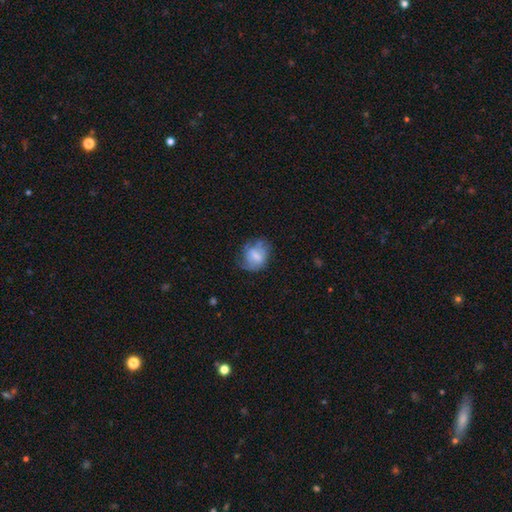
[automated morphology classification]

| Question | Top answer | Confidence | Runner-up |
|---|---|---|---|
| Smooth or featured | smooth | 50% | featured or disk (41%) |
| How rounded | round | 53% | in between (45%) |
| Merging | none | 49% | minor disturbance (30%) |